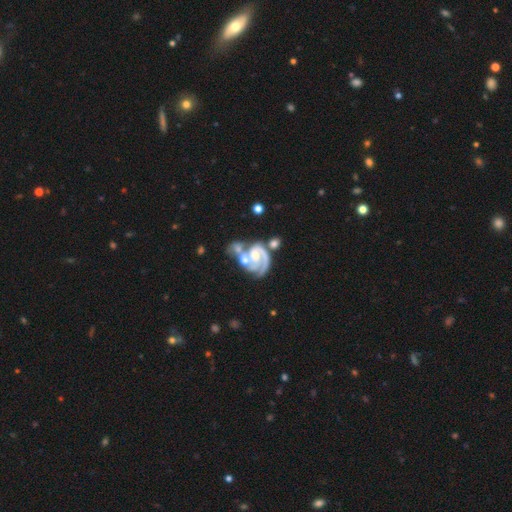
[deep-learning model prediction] Overall: featured or disk (85%). Edge-on disk: no (98%). Bar: no (59%; weak 31%). Spiral arms: yes (92%). Spiral arm count: 2 (46%; 1 26%). Spiral winding: tight (48%; medium 38%). Bulge size: moderate (49%; small 28%). Merging: merger (51%; none 21%).